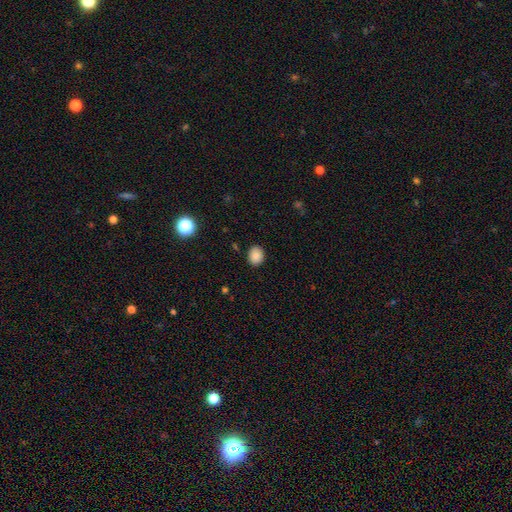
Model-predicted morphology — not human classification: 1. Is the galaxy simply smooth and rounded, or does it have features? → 86% smooth, 10% star or artifact, 4% featured or disk.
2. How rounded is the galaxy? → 53% round, 46% in between, 1% cigar-shaped.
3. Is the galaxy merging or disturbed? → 87% none, 9% minor disturbance, 2% major disturbance, 1% merger.